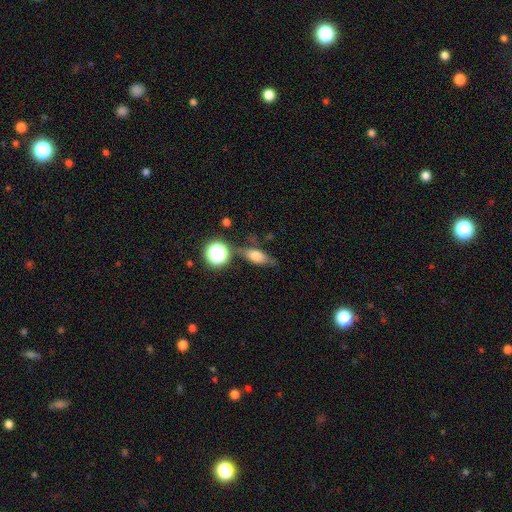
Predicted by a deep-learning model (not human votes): A smooth galaxy with no disk features (62%) that is in between round and cigar-shaped (64%).

Vote fractions:
- Smooth or featured? smooth: 62% / featured or disk: 24% / star or artifact: 13%
- How rounded? in between: 64% / cigar-shaped: 23% / round: 13%
- Merging? none: 63% / minor disturbance: 21% / major disturbance: 8% / merger: 8%